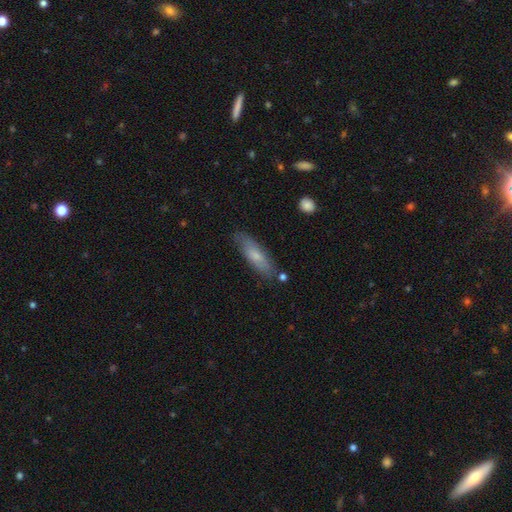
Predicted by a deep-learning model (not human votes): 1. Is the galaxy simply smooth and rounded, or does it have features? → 68% smooth, 26% featured or disk, 6% star or artifact.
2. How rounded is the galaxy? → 59% cigar-shaped, 39% in between, 2% round.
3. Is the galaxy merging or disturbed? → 79% none, 15% minor disturbance, 3% major disturbance, 3% merger.